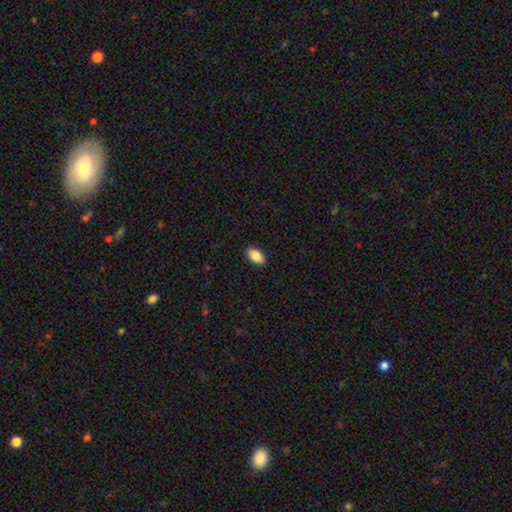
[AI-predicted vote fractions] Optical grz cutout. It shows a smooth galaxy with no disk features (88%) that is in between round and cigar-shaped (93%). Merging: none (89%).